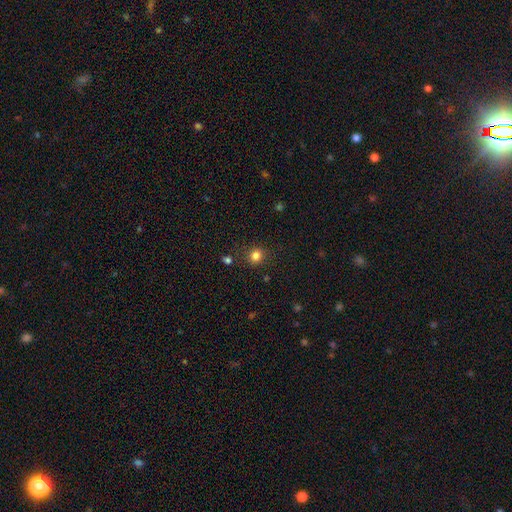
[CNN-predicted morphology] smooth 82%, star or artifact 13%, featured or disk 5%. Down the decision tree: how rounded — round (82%); merging — none (85%).